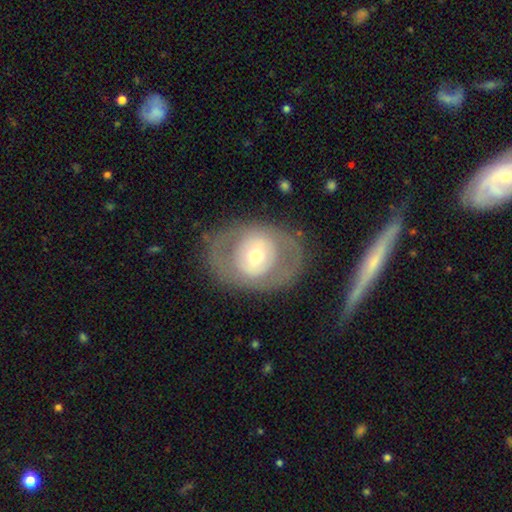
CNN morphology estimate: featured or disk 57%, smooth 37%, star or artifact 6%. Down the decision tree: edge-on disk — no (93%); bar — no (67%); spiral arms — no (77%); bulge size — moderate (56%); merging — none (74%).